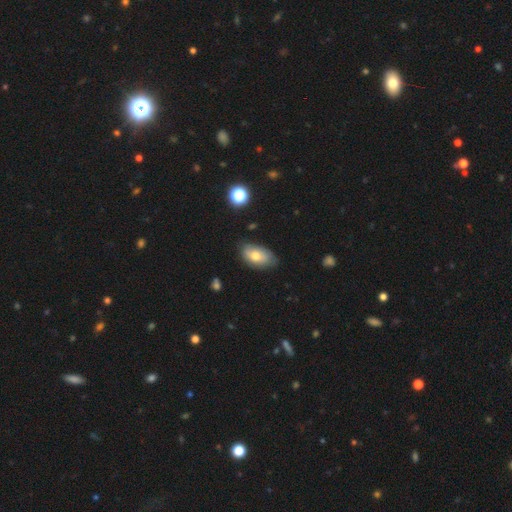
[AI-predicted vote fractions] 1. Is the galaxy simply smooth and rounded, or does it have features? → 68% smooth, 24% featured or disk, 8% star or artifact.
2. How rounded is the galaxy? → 93% in between, 5% round, 2% cigar-shaped.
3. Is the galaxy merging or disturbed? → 71% none, 24% minor disturbance, 4% major disturbance, 2% merger.